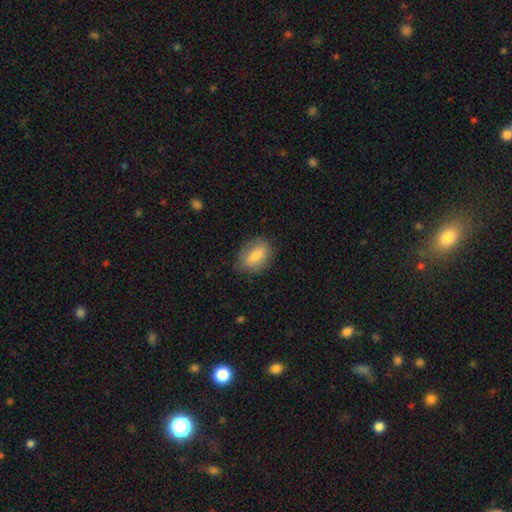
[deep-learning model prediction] Smooth or featured? Predicted: smooth (p=0.74). How rounded? Predicted: in between (p=0.74). Merging? Predicted: none (p=0.82).